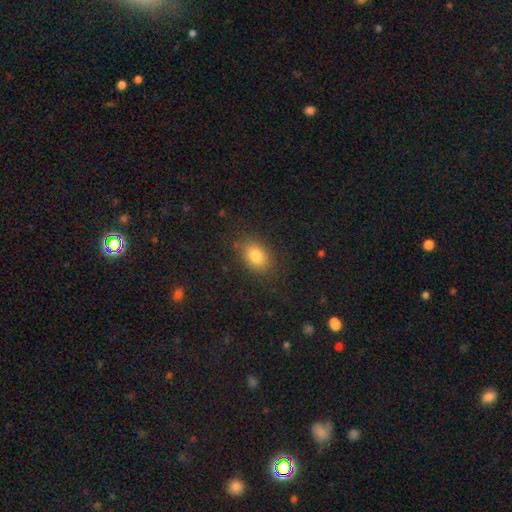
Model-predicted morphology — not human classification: Smooth or featured: smooth — 82% (star or artifact — 9%)
How rounded: in between — 79% (round — 19%)
Merging: none — 82% (minor disturbance — 13%)